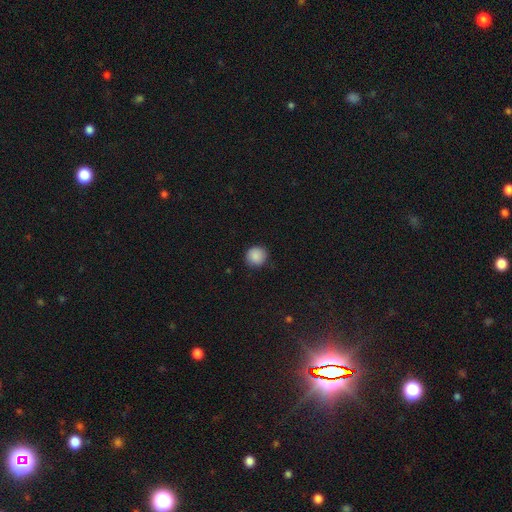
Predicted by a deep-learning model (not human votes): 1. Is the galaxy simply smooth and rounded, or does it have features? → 88% smooth, 9% star or artifact, 3% featured or disk.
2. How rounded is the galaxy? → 93% round, 6% in between, 1% cigar-shaped.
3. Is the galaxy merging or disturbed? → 87% none, 10% minor disturbance, 2% major disturbance, 1% merger.